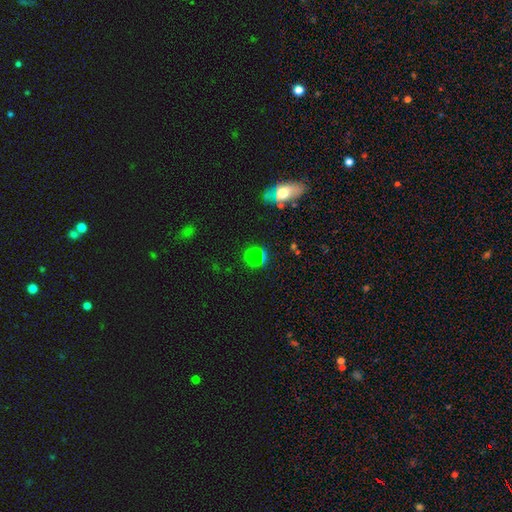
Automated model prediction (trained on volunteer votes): A smooth galaxy with no disk features (72%) that is round (85%). Merging: none (78%).